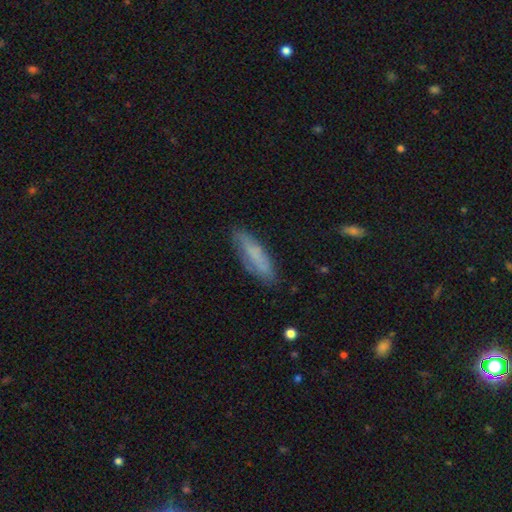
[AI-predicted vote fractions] Smooth or featured?
  - smooth: 65% *
  - featured or disk: 28%
  - star or artifact: 8%
How rounded?
  - cigar-shaped: 62% *
  - in between: 37%
  - round: 2%
Merging?
  - none: 74% *
  - minor disturbance: 19%
  - major disturbance: 5%
  - merger: 2%